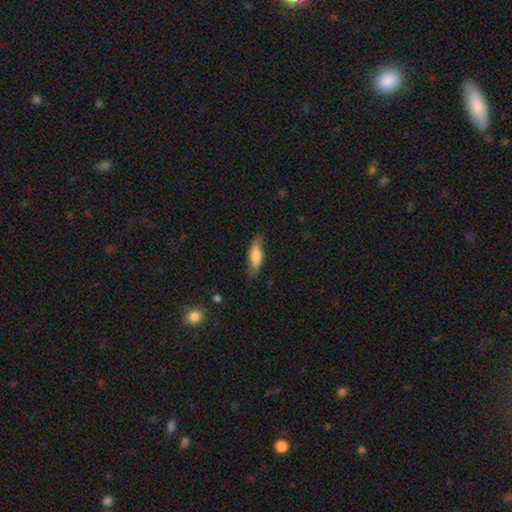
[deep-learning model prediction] Morphology: type=smooth (73%); roundness=in between (52%); merging=none (76%).